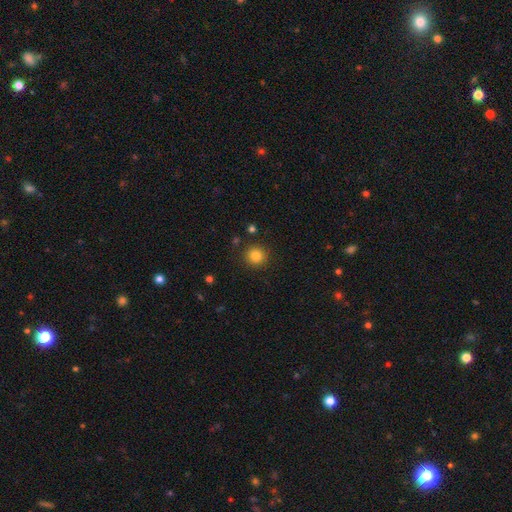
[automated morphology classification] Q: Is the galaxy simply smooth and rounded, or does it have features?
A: smooth — 83%.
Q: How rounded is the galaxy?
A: round — 93%.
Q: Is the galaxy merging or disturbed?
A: none — 89%.